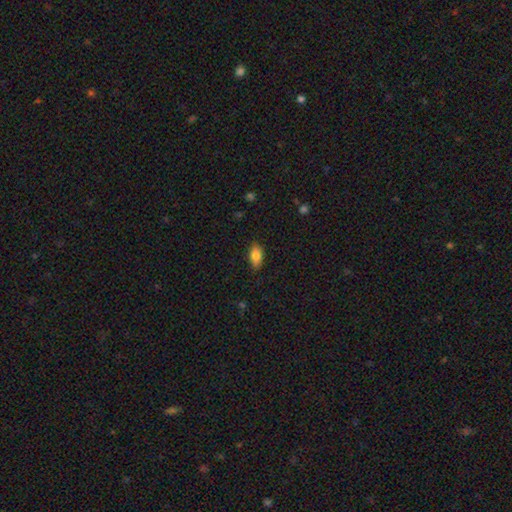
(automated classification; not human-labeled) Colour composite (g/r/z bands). It shows a smooth galaxy with no disk features (83%) that is in between round and cigar-shaped (90%). Merging: none (85%).